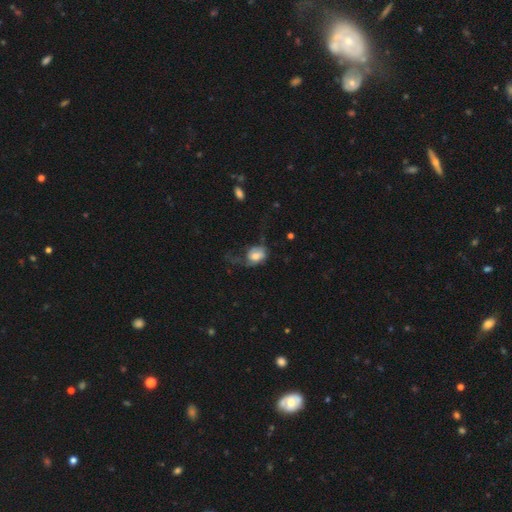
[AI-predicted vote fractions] smooth-or-featured: smooth: 57% | featured or disk: 35% | star or artifact: 8%
  how-rounded: in between: 66% | round: 33% | cigar-shaped: 1%
  merging: major disturbance: 47% | none: 26% | minor disturbance: 23% | merger: 3%